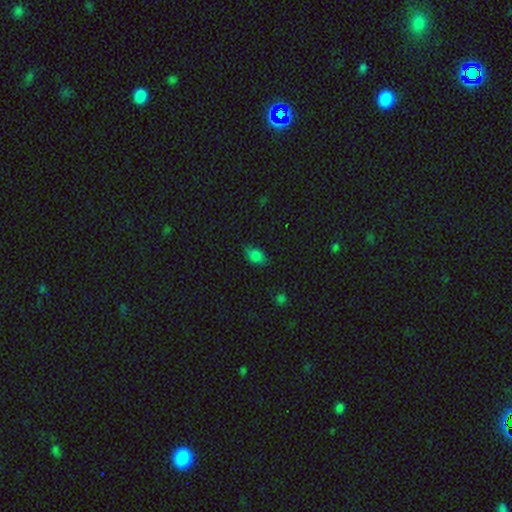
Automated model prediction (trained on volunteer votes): smooth_or_featured: smooth (p=0.80) [alt: star or artifact p=0.14]
how_rounded: in between (p=0.87) [alt: round p=0.10]
merging: none (p=0.72) [alt: minor disturbance p=0.22]